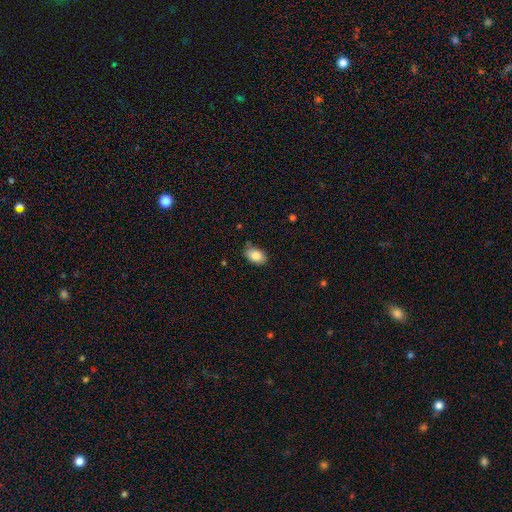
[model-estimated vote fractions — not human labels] Morphology: type=smooth (85%); roundness=in between (86%); merging=none (77%).